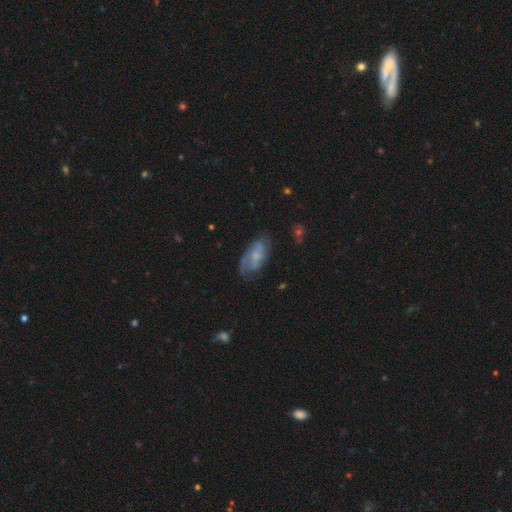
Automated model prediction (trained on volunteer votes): smooth_or_featured: featured or disk (p=0.57) [alt: smooth p=0.35]
disk_edge_on: no (p=0.93) [alt: yes p=0.07]
bar: no (p=0.57) [alt: weak p=0.36]
has_spiral_arms: yes (p=0.80) [alt: no p=0.20]
bulge_size: small (p=0.48) [alt: moderate p=0.31]
merging: none (p=0.61) [alt: minor disturbance p=0.25]